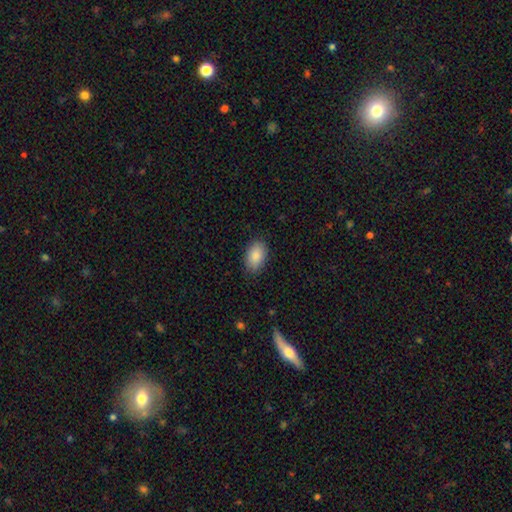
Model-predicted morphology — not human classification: smooth 87%, star or artifact 7%, featured or disk 6%. Down the decision tree: how rounded — in between (92%); merging — none (85%).